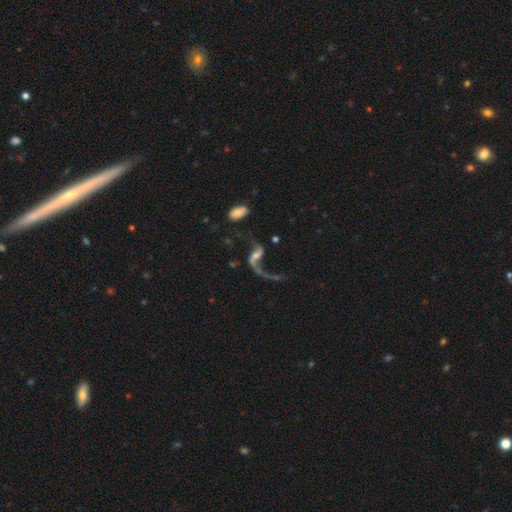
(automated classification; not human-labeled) Smooth or featured: featured or disk — 84% (smooth — 9%)
Edge-on disk: no — 95% (yes — 5%)
Bar: weak — 40% (no — 37%)
Spiral arms: yes — 92% (no — 8%)
Spiral winding: loose — 92% (medium — 6%)
Spiral arm count: 2 — 77% (1 — 18%)
Bulge size: small — 40% (moderate — 36%)
Merging: none — 43% (major disturbance — 31%)